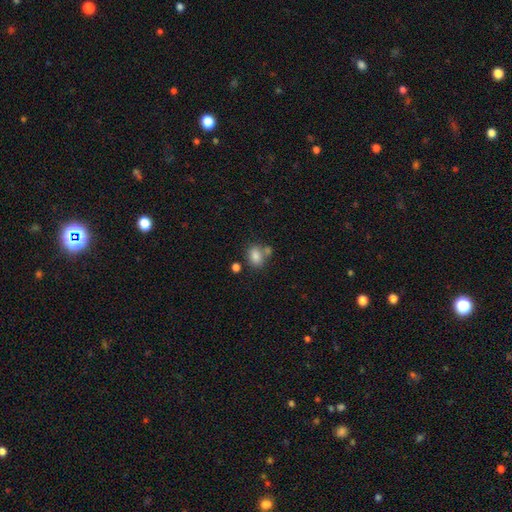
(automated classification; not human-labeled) Smooth or featured? Predicted: smooth (p=0.83). How rounded? Predicted: in between (p=0.74). Merging? Predicted: none (p=0.55).